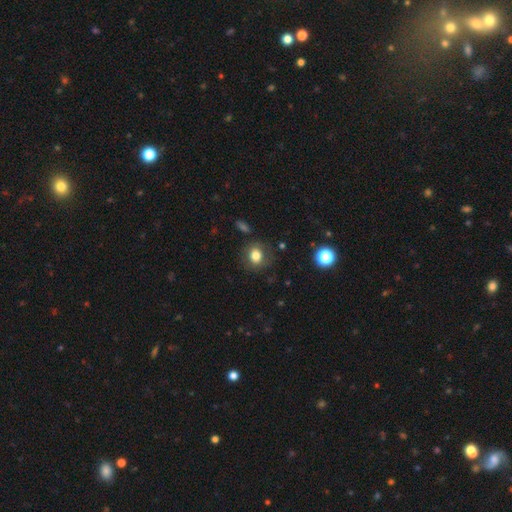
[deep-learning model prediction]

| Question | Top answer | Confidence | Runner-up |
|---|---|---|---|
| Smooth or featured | smooth | 78% | featured or disk (12%) |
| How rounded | round | 67% | in between (32%) |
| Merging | none | 78% | minor disturbance (14%) |